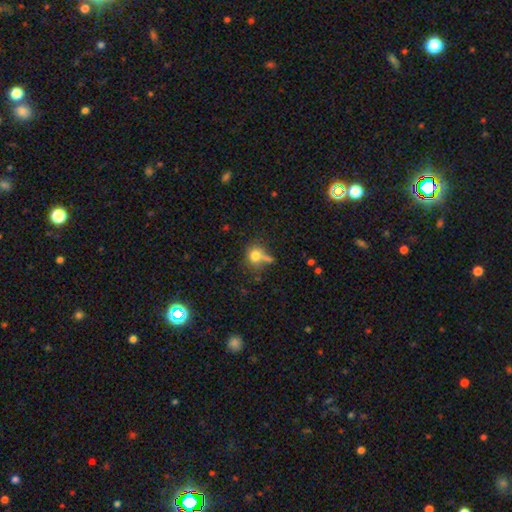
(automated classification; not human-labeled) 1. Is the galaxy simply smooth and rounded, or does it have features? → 77% smooth, 12% star or artifact, 11% featured or disk.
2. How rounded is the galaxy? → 74% round, 24% in between, 1% cigar-shaped.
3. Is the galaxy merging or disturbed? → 51% none, 20% merger, 18% minor disturbance, 10% major disturbance.